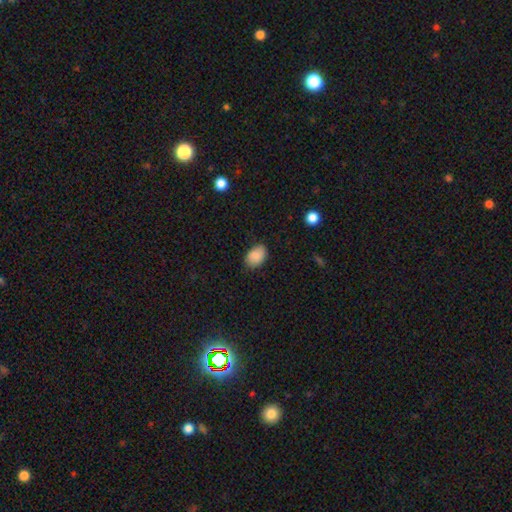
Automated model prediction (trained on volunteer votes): smooth-or-featured: smooth: 88% | star or artifact: 7% | featured or disk: 5%
  how-rounded: in between: 83% | round: 16% | cigar-shaped: 1%
  merging: none: 79% | minor disturbance: 17% | major disturbance: 3% | merger: 1%